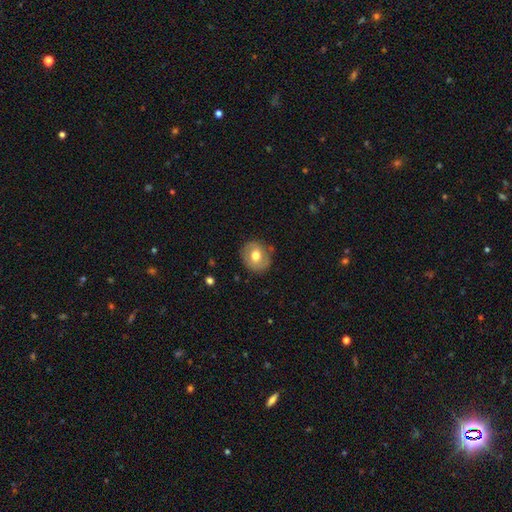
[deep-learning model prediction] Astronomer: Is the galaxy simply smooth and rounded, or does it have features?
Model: smooth — 59%.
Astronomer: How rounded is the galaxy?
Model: round — 78%.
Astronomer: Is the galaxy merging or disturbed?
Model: none — 81%.